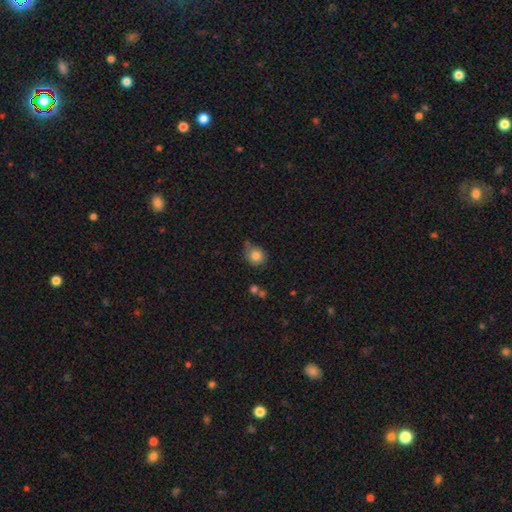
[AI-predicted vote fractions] The model was most divided on "merging": none: 66%, minor disturbance: 23%, merger: 7%, major disturbance: 5%. More confident: smooth or featured — smooth (83%); how rounded — round (79%).